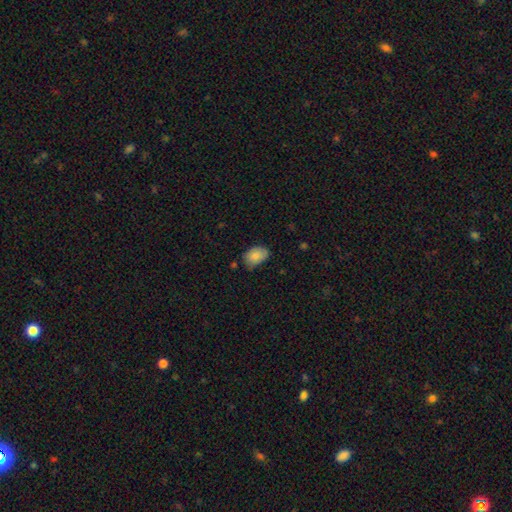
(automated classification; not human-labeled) Smooth or featured: smooth — 83% (featured or disk — 10%)
How rounded: in between — 86% (round — 13%)
Merging: none — 61% (minor disturbance — 32%)